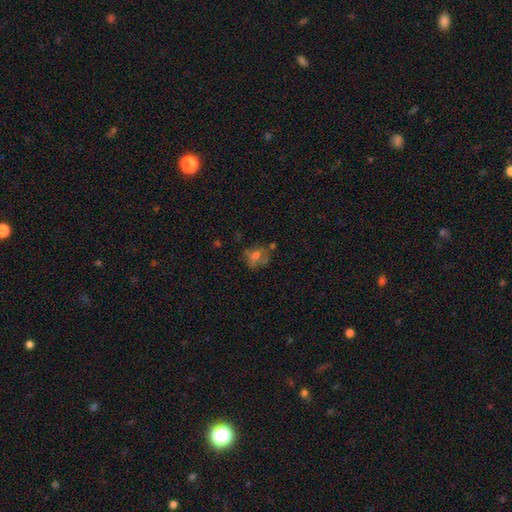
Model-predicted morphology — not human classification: This is marginally a smooth galaxy (40%). Merging: possibly none (51%).